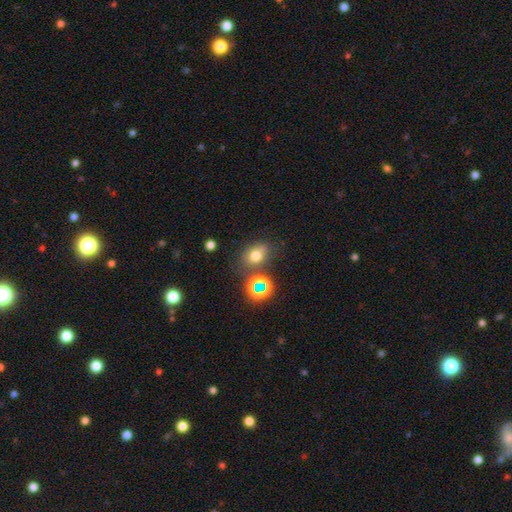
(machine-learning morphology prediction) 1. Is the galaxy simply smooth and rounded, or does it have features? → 68% smooth, 21% star or artifact, 11% featured or disk.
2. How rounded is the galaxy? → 52% round, 46% in between, 1% cigar-shaped.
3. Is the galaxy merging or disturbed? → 64% none, 17% minor disturbance, 14% merger, 6% major disturbance.